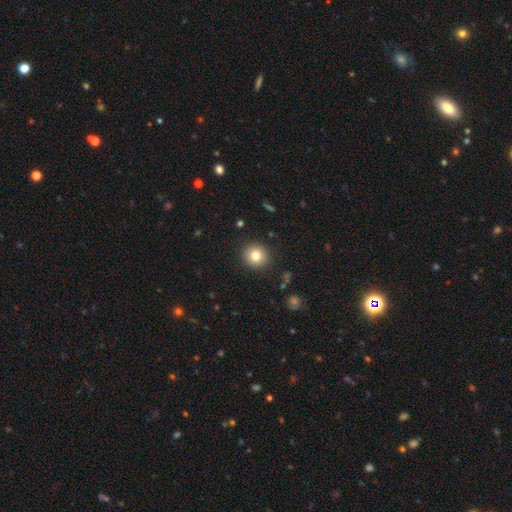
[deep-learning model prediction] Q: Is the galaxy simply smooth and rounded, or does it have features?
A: smooth — 80%.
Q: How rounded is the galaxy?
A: round — 92%.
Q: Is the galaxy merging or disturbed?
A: none — 91%.